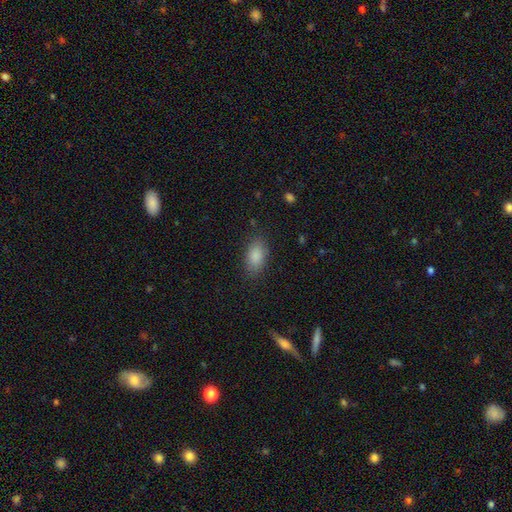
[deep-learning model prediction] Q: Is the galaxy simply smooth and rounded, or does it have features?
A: smooth — 87%.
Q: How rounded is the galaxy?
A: in between — 91%.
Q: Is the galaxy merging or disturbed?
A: none — 83%.